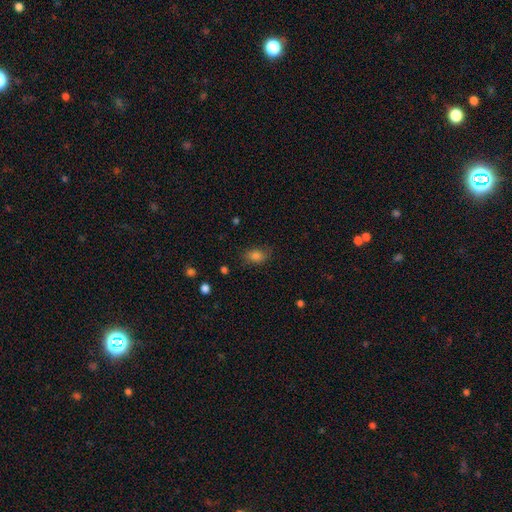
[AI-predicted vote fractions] Smooth or featured? Predicted: smooth (p=0.80). How rounded? Predicted: in between (p=0.75). Merging? Predicted: none (p=0.75).